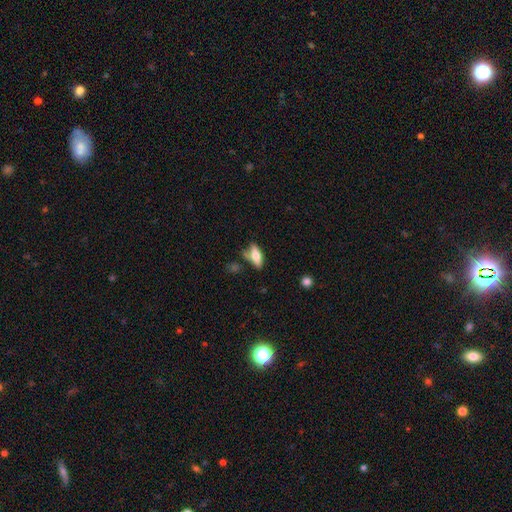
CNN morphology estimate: Smooth or featured? Predicted: smooth (p=0.63). How rounded? Predicted: in between (p=0.70). Merging? Predicted: none (p=0.56).